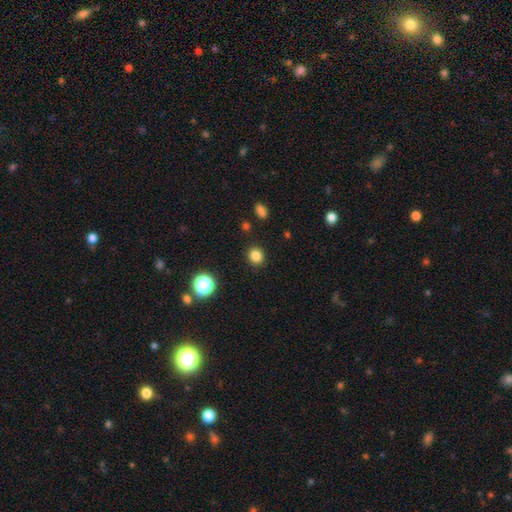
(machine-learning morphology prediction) smooth_or_featured: smooth (p=0.83) [alt: star or artifact p=0.13]
how_rounded: round (p=0.79) [alt: in between p=0.20]
merging: none (p=0.90) [alt: minor disturbance p=0.06]